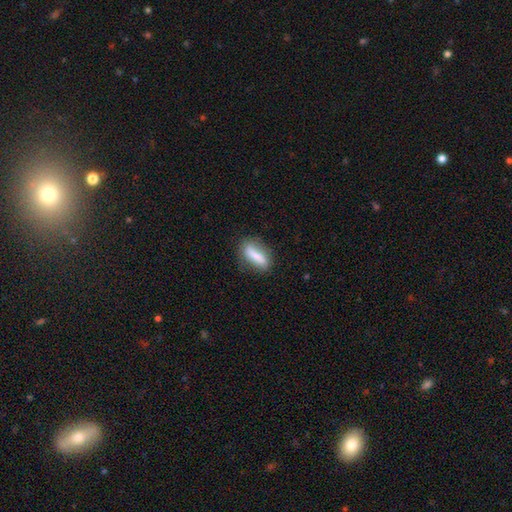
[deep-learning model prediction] This is likely a smooth galaxy (75%). How rounded: possibly in between (51%). Merging: likely none (78%).